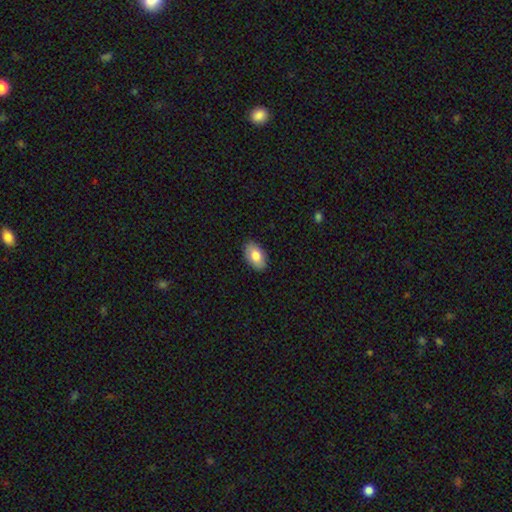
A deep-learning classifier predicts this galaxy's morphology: smooth_or_featured: smooth (p=0.80) [alt: featured or disk p=0.13]
how_rounded: in between (p=0.93) [alt: round p=0.06]
merging: none (p=0.88) [alt: minor disturbance p=0.09]